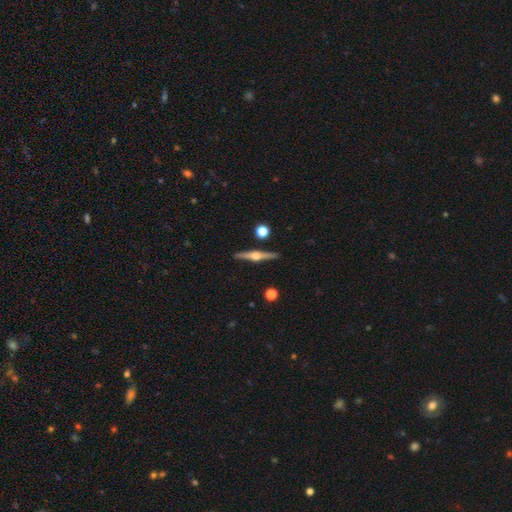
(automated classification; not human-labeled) smooth-or-featured: featured or disk: 81% | smooth: 14% | star or artifact: 6%
  disk-edge-on: yes: 98% | no: 2%
    edge-on-bulge: rounded: 94% | boxy: 4% | none: 2%
  merging: none: 91% | minor disturbance: 6% | merger: 2% | major disturbance: 1%